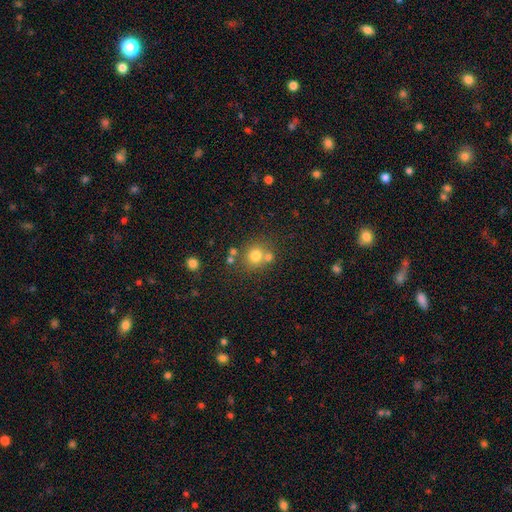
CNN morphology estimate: Overall: smooth (75%). How rounded: round (86%). Merging: none (64%; merger 24%).